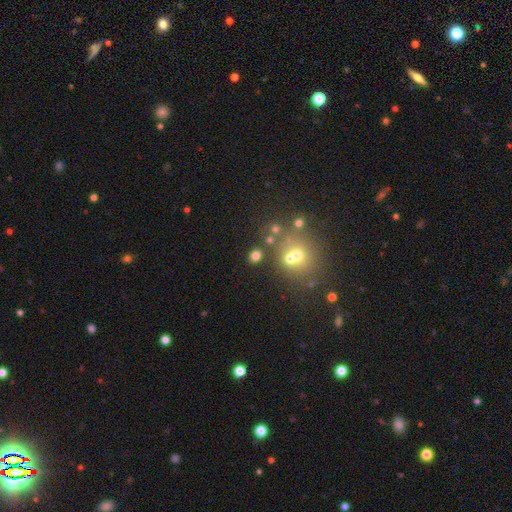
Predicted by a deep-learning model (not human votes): Smooth or featured?
  - smooth: 70% *
  - star or artifact: 19%
  - featured or disk: 11%
How rounded?
  - round: 66% *
  - in between: 32%
  - cigar-shaped: 1%
Merging?
  - none: 72% *
  - merger: 15%
  - minor disturbance: 9%
  - major disturbance: 5%